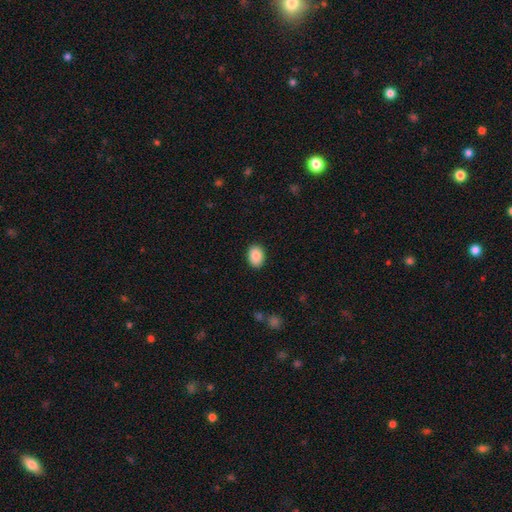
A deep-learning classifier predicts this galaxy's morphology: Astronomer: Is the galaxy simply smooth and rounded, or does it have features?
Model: smooth — 88%.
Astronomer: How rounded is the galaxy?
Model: in between — 73%.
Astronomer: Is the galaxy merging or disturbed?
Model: none — 89%.